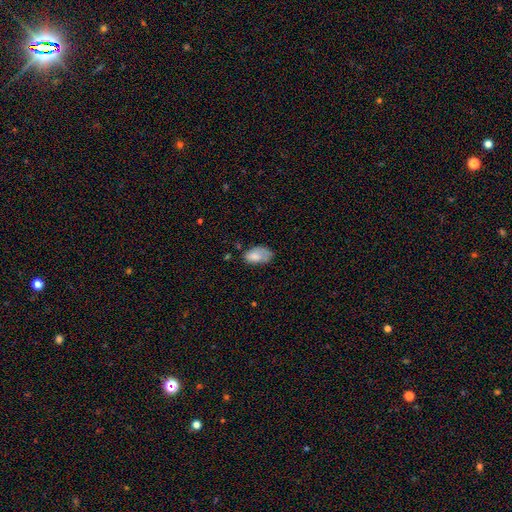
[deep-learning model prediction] Smooth or featured? Predicted: smooth (p=0.76). How rounded? Predicted: in between (p=0.92). Merging? Predicted: none (p=0.42).